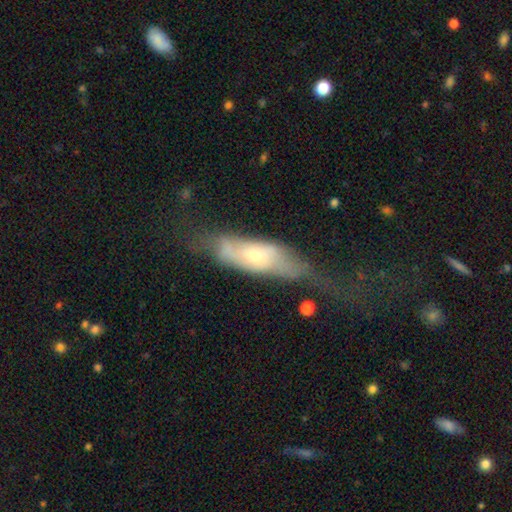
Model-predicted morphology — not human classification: Smooth or featured?
  - featured or disk: 50% *
  - smooth: 42%
  - star or artifact: 8%
Edge-on disk?
  - no: 70% *
  - yes: 30%
Merging?
  - major disturbance: 37% *
  - none: 32%
  - minor disturbance: 27%
  - merger: 5%